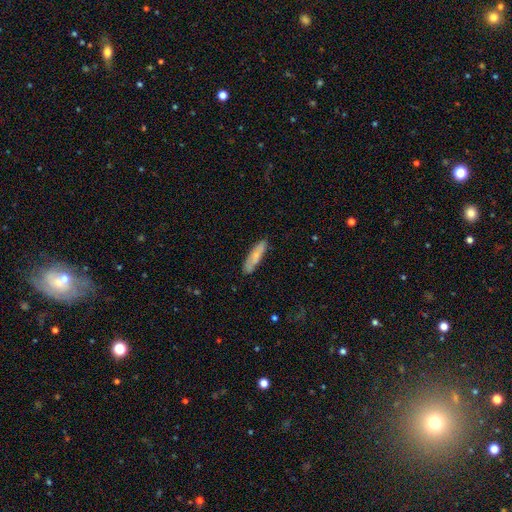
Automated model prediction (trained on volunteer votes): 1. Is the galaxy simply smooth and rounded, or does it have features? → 70% smooth, 25% featured or disk, 6% star or artifact.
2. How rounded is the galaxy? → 73% cigar-shaped, 25% in between, 2% round.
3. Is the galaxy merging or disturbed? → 81% none, 15% minor disturbance, 3% major disturbance, 2% merger.